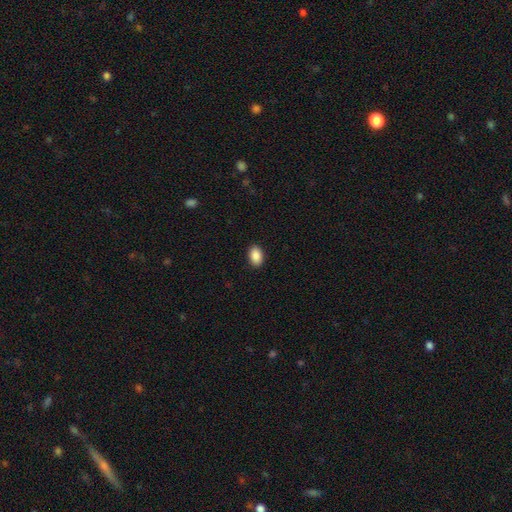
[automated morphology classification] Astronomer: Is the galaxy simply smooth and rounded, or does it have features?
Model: smooth — 90%.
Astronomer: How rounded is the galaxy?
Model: in between — 87%.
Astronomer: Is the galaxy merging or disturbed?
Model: none — 90%.